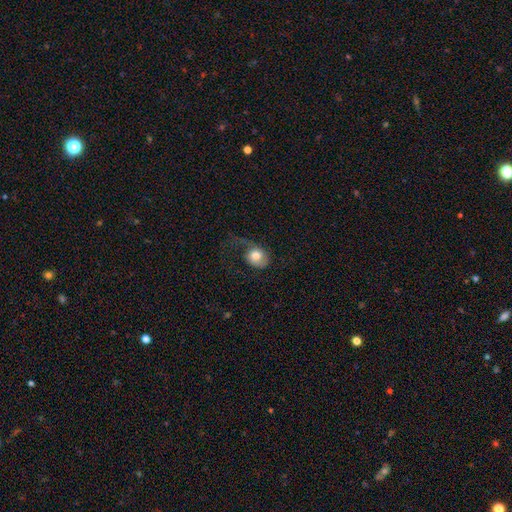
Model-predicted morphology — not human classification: A smooth galaxy with no disk features (63%) that is round (56%). Merging: major disturbance (46%).